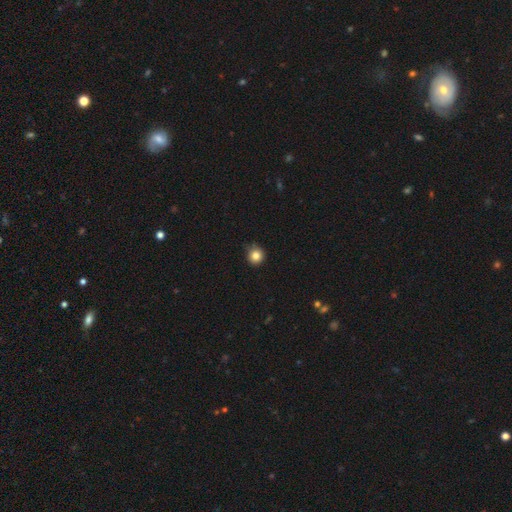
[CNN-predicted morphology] A smooth galaxy with no disk features (83%) that is round (93%). Merging: none (83%).